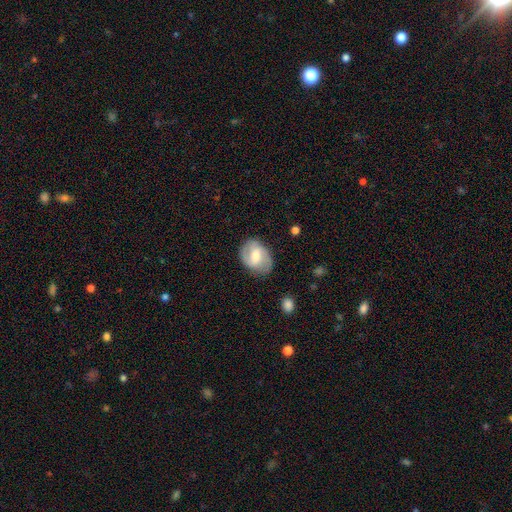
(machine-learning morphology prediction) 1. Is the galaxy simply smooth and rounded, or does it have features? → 57% featured or disk, 37% smooth, 6% star or artifact.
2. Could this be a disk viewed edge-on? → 96% no, 4% yes.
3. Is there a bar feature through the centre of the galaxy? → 52% weak, 28% strong, 21% no.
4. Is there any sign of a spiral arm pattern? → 76% yes, 24% no.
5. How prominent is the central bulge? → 62% moderate, 28% small, 7% large, 2% none, 1% dominant.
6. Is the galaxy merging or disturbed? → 78% none, 16% minor disturbance, 5% major disturbance, 1% merger.